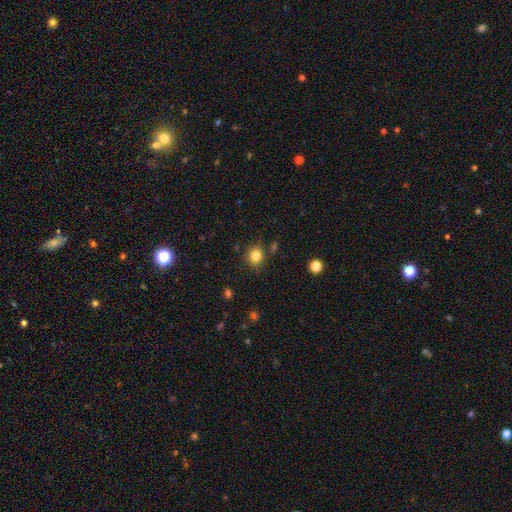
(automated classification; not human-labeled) Smooth or featured? Predicted: smooth (p=0.83). How rounded? Predicted: round (p=0.71). Merging? Predicted: none (p=0.80).